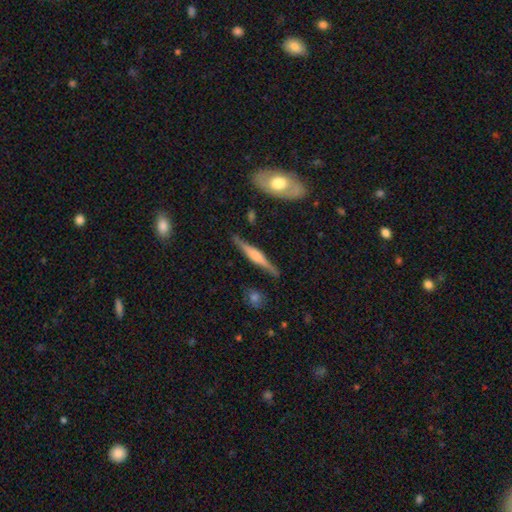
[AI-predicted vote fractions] smooth-or-featured: featured or disk: 73% | smooth: 21% | star or artifact: 6%
  disk-edge-on: yes: 97% | no: 3%
    edge-on-bulge: rounded: 56% | boxy: 36% | none: 7%
  merging: none: 86% | minor disturbance: 10% | major disturbance: 2% | merger: 2%